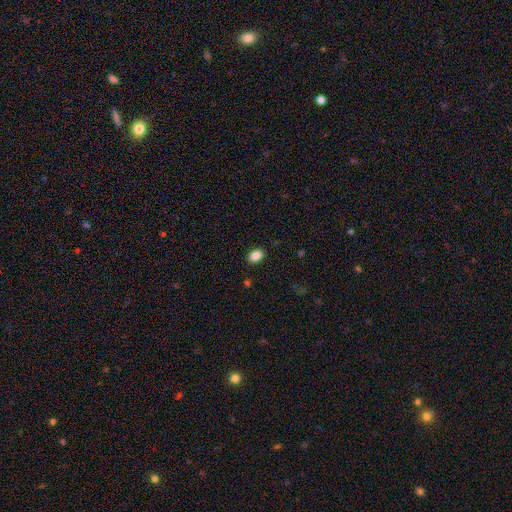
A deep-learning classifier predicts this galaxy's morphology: smooth_or_featured: smooth (p=0.87) [alt: star or artifact p=0.09]
how_rounded: in between (p=0.83) [alt: round p=0.15]
merging: none (p=0.88) [alt: minor disturbance p=0.08]